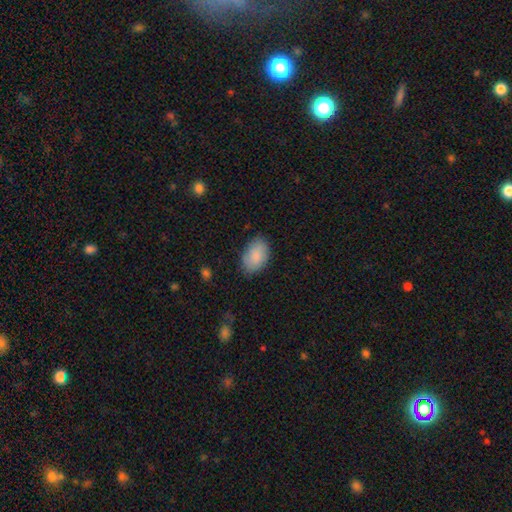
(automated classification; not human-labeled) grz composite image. It shows a smooth galaxy with no disk features (87%) that is in between round and cigar-shaped (90%). Merging: none (81%).